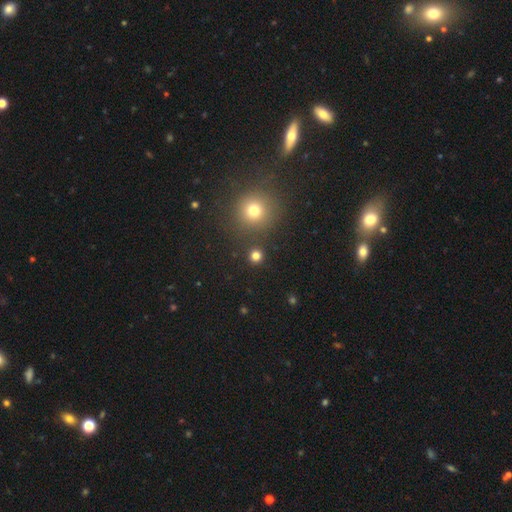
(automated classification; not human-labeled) This appears to be a smooth galaxy with no disk features (78%) that is round (93%). Merging: none (88%).